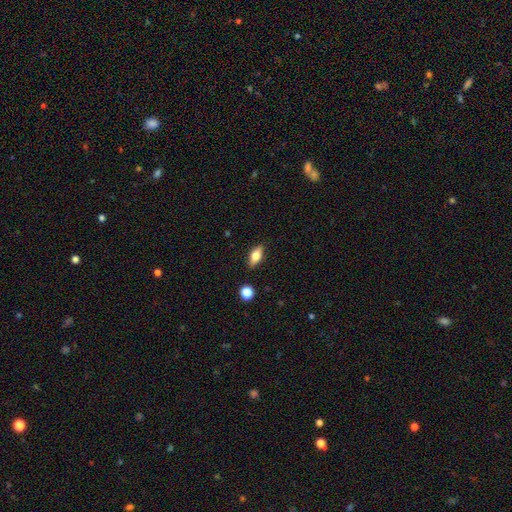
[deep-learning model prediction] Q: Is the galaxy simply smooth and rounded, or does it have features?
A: smooth — 65%.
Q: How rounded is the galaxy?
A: in between — 78%.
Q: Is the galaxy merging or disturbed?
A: none — 86%.